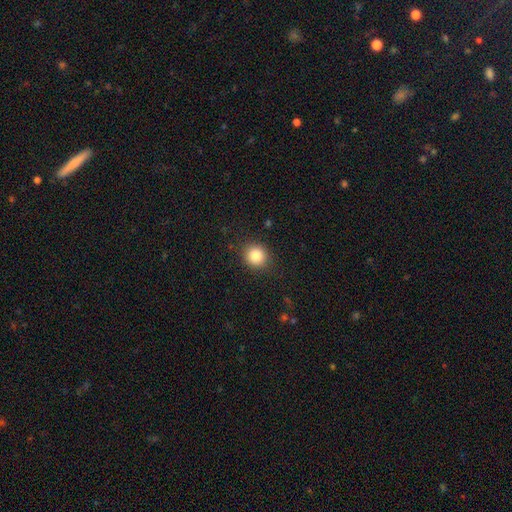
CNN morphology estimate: This is clearly a smooth galaxy (84%). How rounded: clearly round (83%). Merging: clearly none (88%).